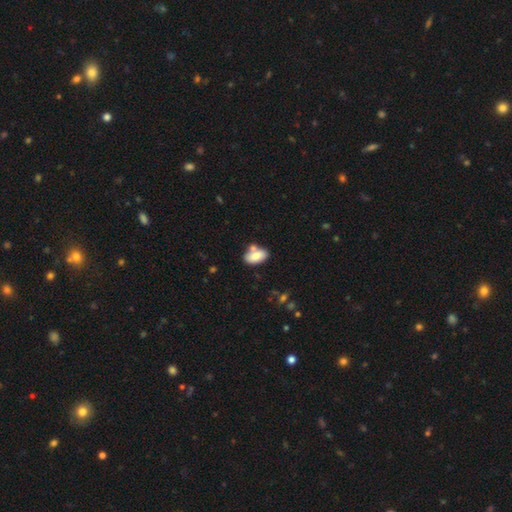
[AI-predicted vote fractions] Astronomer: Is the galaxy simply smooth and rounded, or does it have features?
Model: smooth — 80%.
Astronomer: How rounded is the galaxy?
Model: in between — 92%.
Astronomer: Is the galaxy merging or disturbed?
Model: none — 59%.